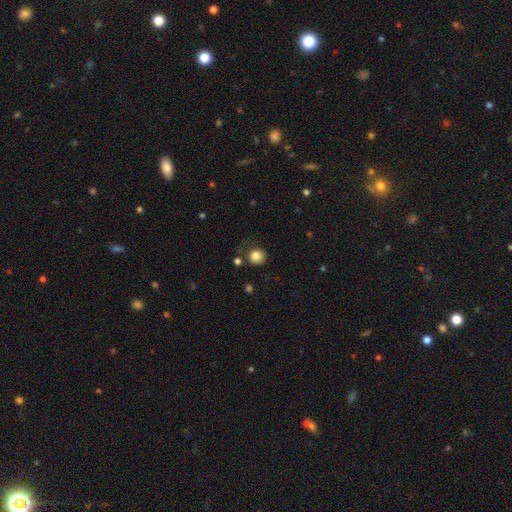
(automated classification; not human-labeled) Morphology: type=smooth (83%); roundness=round (91%); merging=none (77%).